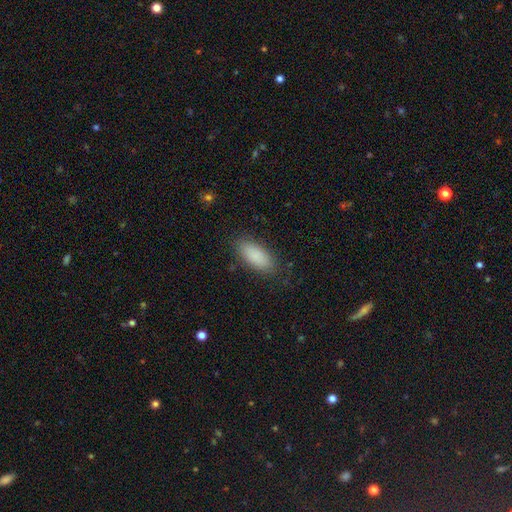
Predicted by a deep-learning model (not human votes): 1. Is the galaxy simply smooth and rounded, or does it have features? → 87% smooth, 7% star or artifact, 6% featured or disk.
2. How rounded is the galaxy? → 83% in between, 15% cigar-shaped, 2% round.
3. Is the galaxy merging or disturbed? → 84% none, 12% minor disturbance, 3% major disturbance, 1% merger.